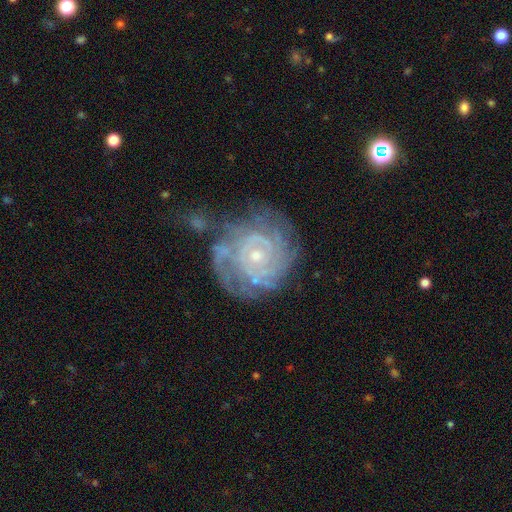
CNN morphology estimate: type=featured or disk (85%); edge-on=no (98%); bar=no (77%); spiral arms=yes (94%); winding=tight (81%); arm count=can't tell (37%); bulge=small (68%); merging=none (55%).